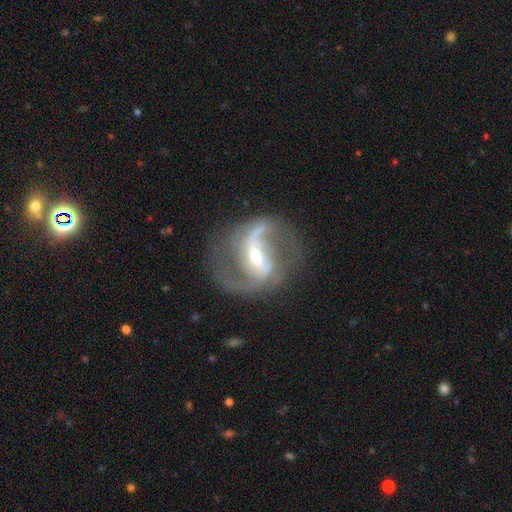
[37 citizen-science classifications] Morphology: type=featured or disk (97%); edge-on=no (97%); bar=weak (57%); spiral arms=yes (97%); winding=loose (71%); arm count=2 (88%); bulge=small (51%); merging=none (61%).